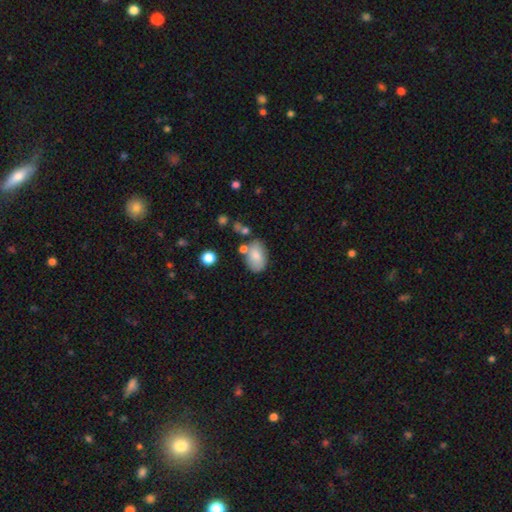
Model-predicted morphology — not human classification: A smooth galaxy with no disk features (79%) that is in between round and cigar-shaped (88%). Merging: none (63%).